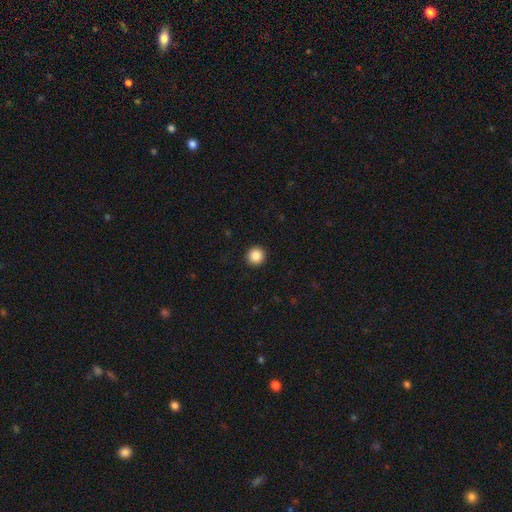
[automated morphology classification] A smooth galaxy with no disk features (87%) that is round (95%). Merging: none (93%).